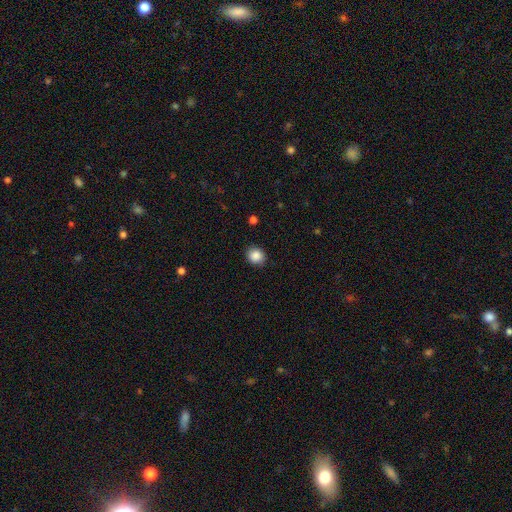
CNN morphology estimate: A smooth galaxy with no disk features (87%) that is round (83%).

Vote fractions:
- Smooth or featured? smooth: 87% / star or artifact: 9% / featured or disk: 3%
- How rounded? round: 83% / in between: 16% / cigar-shaped: 1%
- Merging? none: 89% / minor disturbance: 8% / major disturbance: 2% / merger: 1%